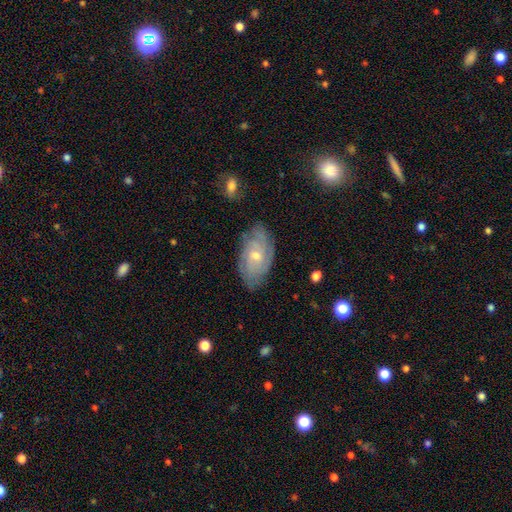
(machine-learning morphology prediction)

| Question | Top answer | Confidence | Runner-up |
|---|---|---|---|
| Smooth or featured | featured or disk | 76% | smooth (16%) |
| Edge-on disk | no | 95% | yes (5%) |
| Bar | no | 68% | weak (28%) |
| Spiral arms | yes | 93% | no (7%) |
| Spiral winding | tight | 67% | medium (26%) |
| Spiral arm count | can't tell | 41% | 3 (18%) |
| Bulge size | small | 53% | moderate (44%) |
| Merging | none | 77% | minor disturbance (17%) |